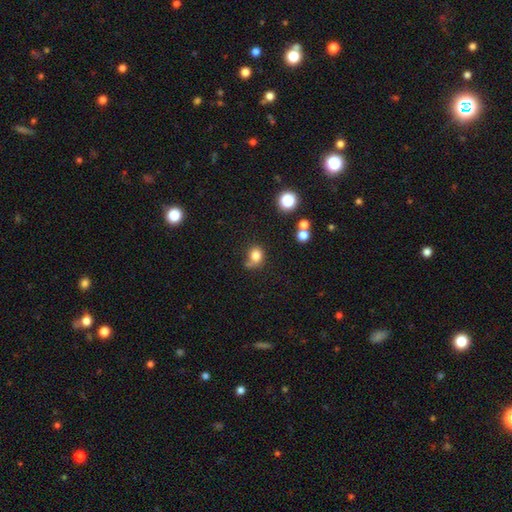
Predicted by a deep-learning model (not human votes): The model was most divided on "merging": none: 52%, minor disturbance: 24%, merger: 13%, major disturbance: 11%. More confident: smooth or featured — smooth (79%); how rounded — round (67%).